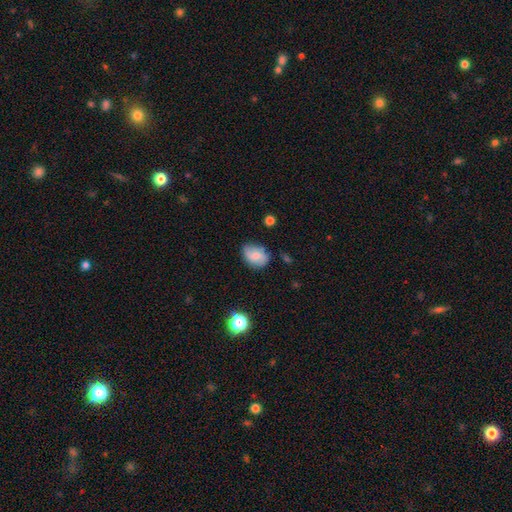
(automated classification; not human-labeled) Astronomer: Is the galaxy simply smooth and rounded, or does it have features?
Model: smooth — 70%.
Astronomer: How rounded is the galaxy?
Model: in between — 71%.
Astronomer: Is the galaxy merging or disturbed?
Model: none — 71%.